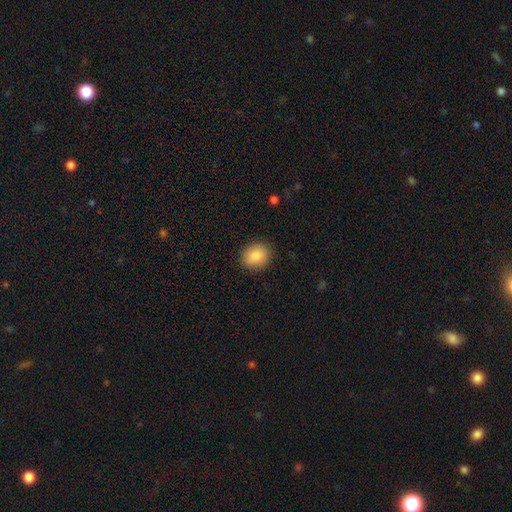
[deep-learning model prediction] A smooth galaxy with no disk features (85%) that is round (68%). Merging: none (89%).